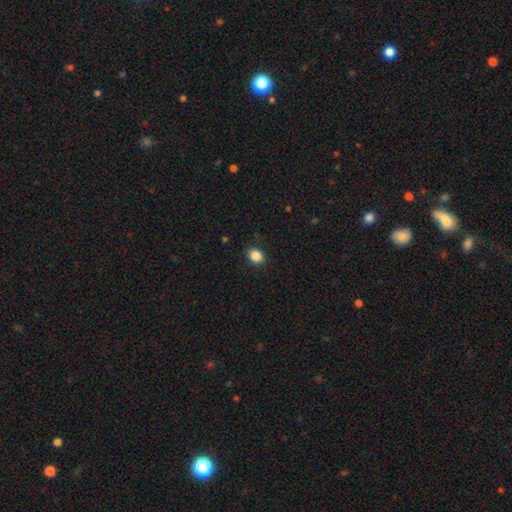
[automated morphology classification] This is clearly a smooth galaxy (86%). How rounded: possibly round (57%). Merging: clearly none (87%).